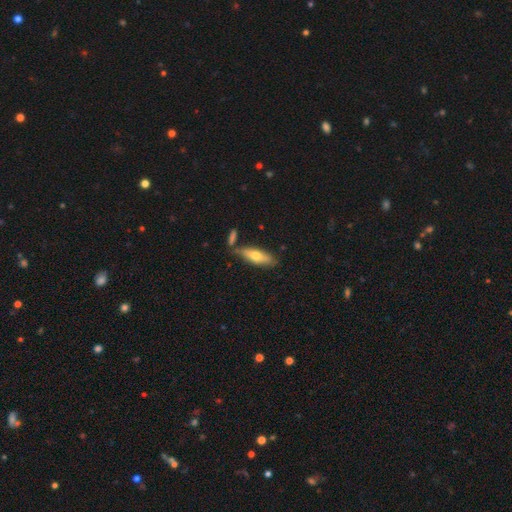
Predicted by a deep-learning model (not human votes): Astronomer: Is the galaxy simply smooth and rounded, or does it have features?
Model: smooth — 62%.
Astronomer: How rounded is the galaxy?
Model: cigar-shaped — 50% (runner-up: in between, 48%).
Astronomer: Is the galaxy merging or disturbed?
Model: none — 73%.